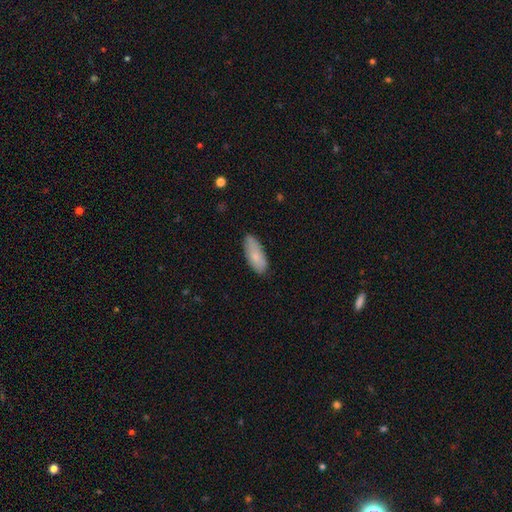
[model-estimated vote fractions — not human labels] A smooth galaxy with no disk features (77%) that is in between round and cigar-shaped (79%).

Vote fractions:
- Smooth or featured? smooth: 77% / featured or disk: 17% / star or artifact: 6%
- How rounded? in between: 79% / cigar-shaped: 19% / round: 2%
- Merging? none: 79% / minor disturbance: 17% / major disturbance: 3% / merger: 1%